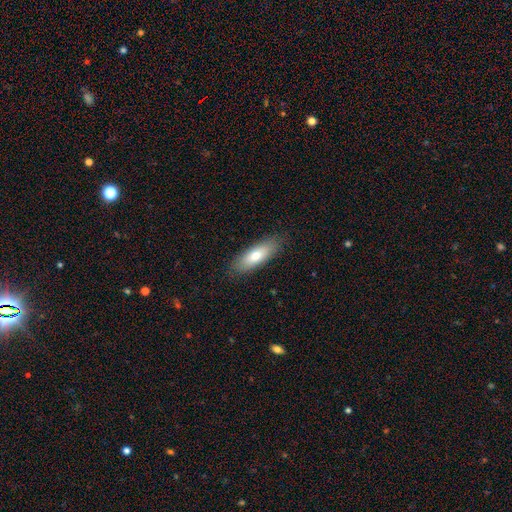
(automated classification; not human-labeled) Smooth or featured: smooth — 75% (featured or disk — 19%)
How rounded: in between — 62% (cigar-shaped — 36%)
Merging: none — 87% (minor disturbance — 10%)